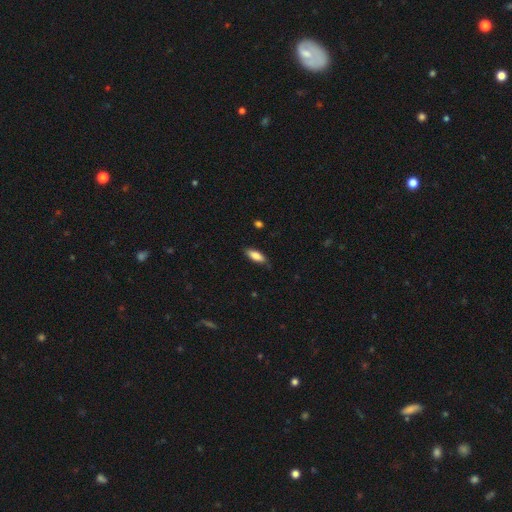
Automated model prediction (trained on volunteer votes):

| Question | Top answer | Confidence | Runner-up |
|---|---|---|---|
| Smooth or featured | smooth | 82% | featured or disk (11%) |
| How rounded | in between | 72% | cigar-shaped (26%) |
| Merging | none | 81% | minor disturbance (15%) |